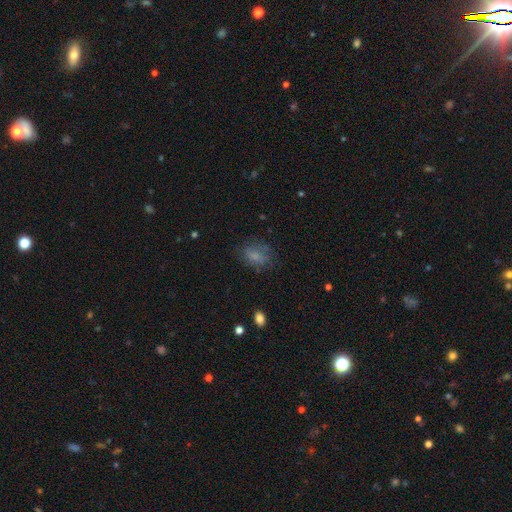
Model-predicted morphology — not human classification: Smooth or featured? Predicted: smooth (p=0.69). How rounded? Predicted: in between (p=0.66). Merging? Predicted: none (p=0.62).